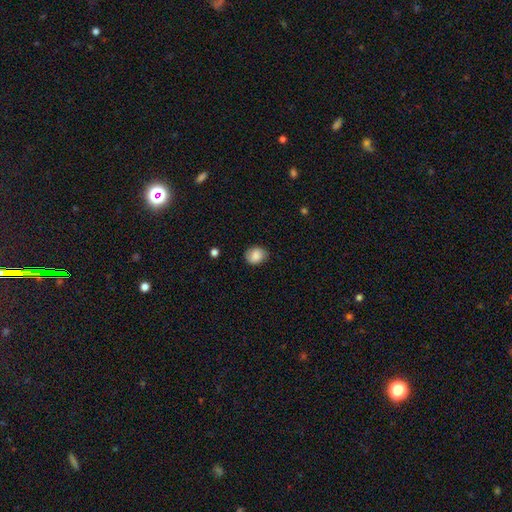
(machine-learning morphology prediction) This is clearly a smooth galaxy (80%). How rounded: possibly round (54%). Merging: likely none (78%).